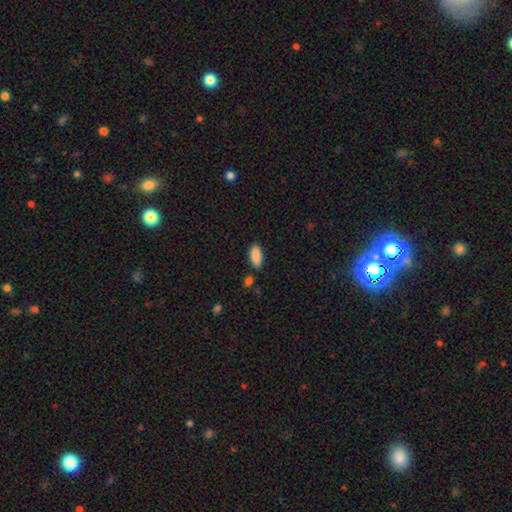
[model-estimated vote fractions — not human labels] Smooth or featured? Predicted: smooth (p=0.90). How rounded? Predicted: in between (p=0.87). Merging? Predicted: none (p=0.82).